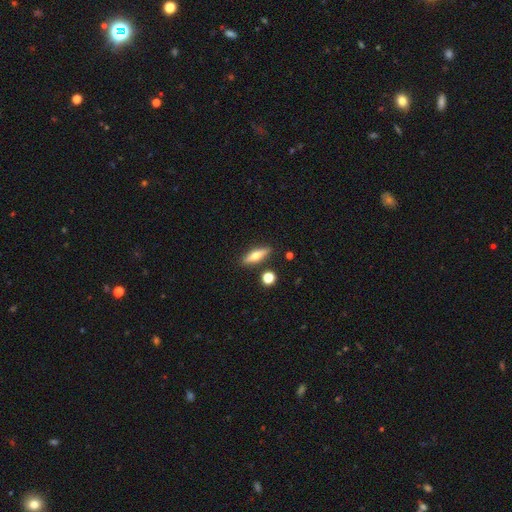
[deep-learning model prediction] Smooth or featured? Predicted: featured or disk (p=0.50). Merging? Predicted: none (p=0.86).